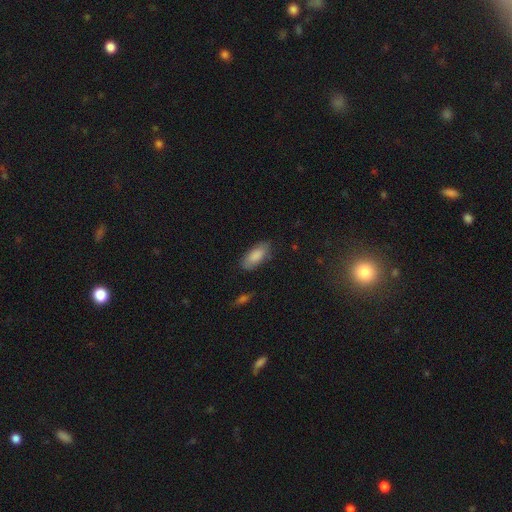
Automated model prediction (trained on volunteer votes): Overall: smooth (85%). How rounded: in between (87%). Merging: none (78%).